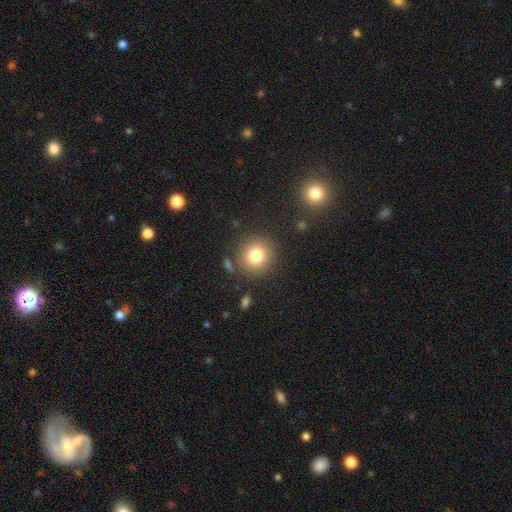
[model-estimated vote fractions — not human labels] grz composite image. It shows a smooth galaxy with no disk features (80%) that is round (90%). Merging: none (84%).